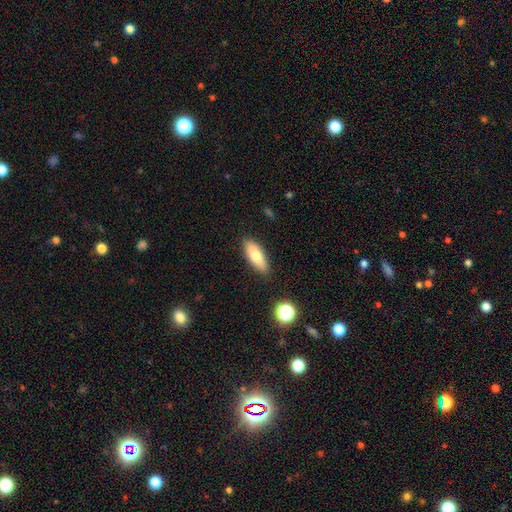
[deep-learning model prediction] This is likely a smooth galaxy (73%). How rounded: likely in between (67%). Merging: clearly none (85%).